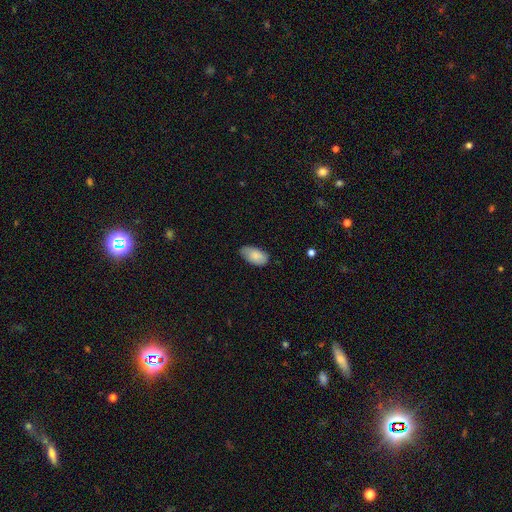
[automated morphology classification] smooth_or_featured: smooth (p=0.83) [alt: featured or disk p=0.10]
how_rounded: in between (p=0.94) [alt: round p=0.03]
merging: none (p=0.70) [alt: minor disturbance p=0.25]